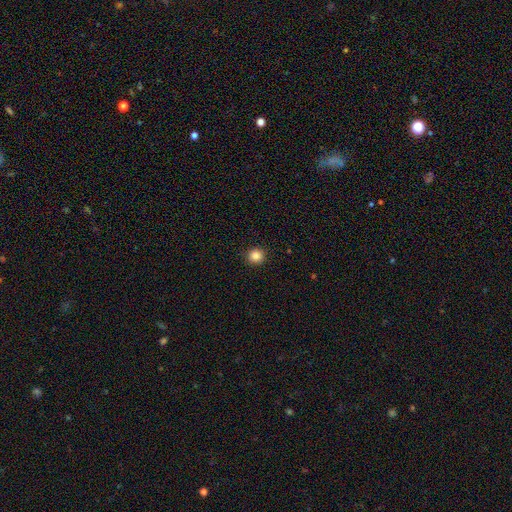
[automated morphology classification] Q: Smooth or featured?
A: smooth (85%); runner-up: star or artifact (11%)
Q: How rounded?
A: round (93%); runner-up: in between (6%)
Q: Merging?
A: none (92%); runner-up: minor disturbance (5%)